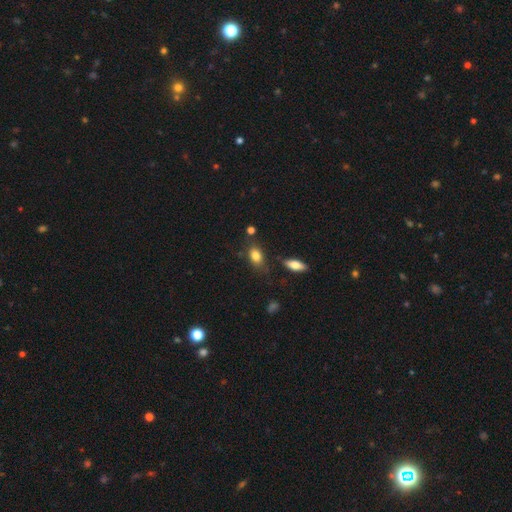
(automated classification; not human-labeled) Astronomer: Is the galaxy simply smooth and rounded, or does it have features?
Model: smooth — 83%.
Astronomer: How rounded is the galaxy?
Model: in between — 82%.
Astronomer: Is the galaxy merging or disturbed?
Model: none — 71%.